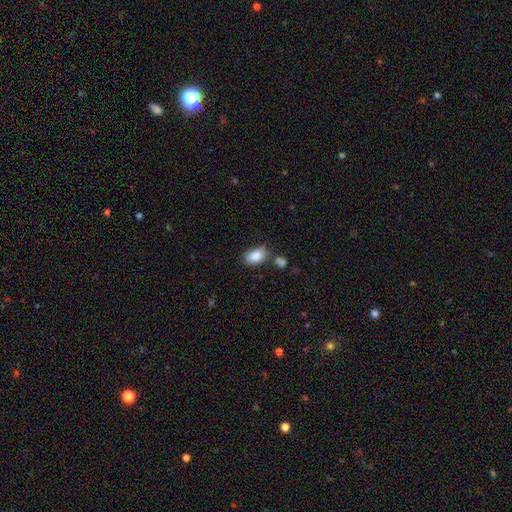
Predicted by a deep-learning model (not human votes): Morphology: type=smooth (86%); roundness=in between (87%); merging=none (68%).